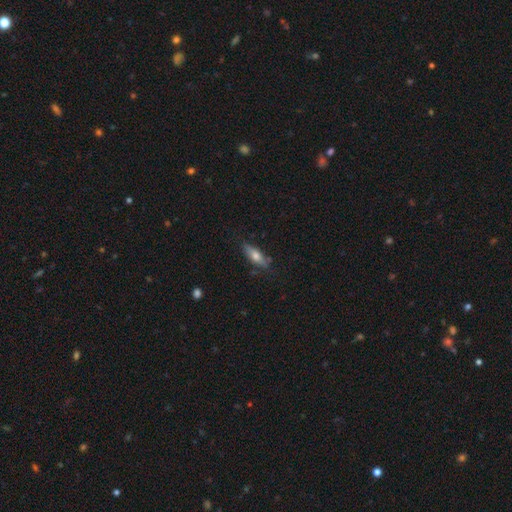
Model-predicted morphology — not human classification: The model was most divided on "how rounded": in between: 50%, cigar-shaped: 47%, round: 3%. More confident: merging — none (78%); smooth or featured — smooth (60%).